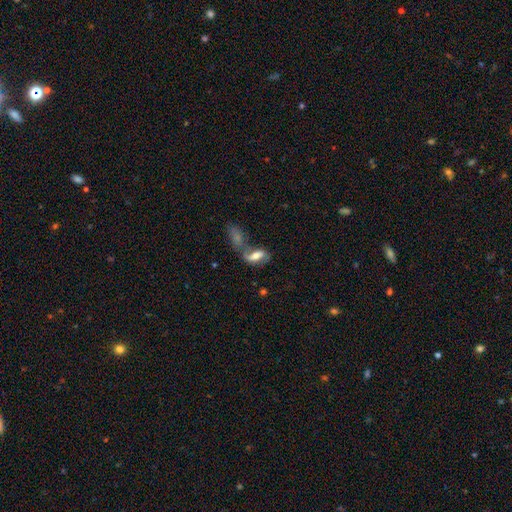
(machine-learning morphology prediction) Smooth or featured: smooth — 55% (featured or disk — 36%)
How rounded: in between — 80% (cigar-shaped — 16%)
Merging: merger — 42% (none — 35%)